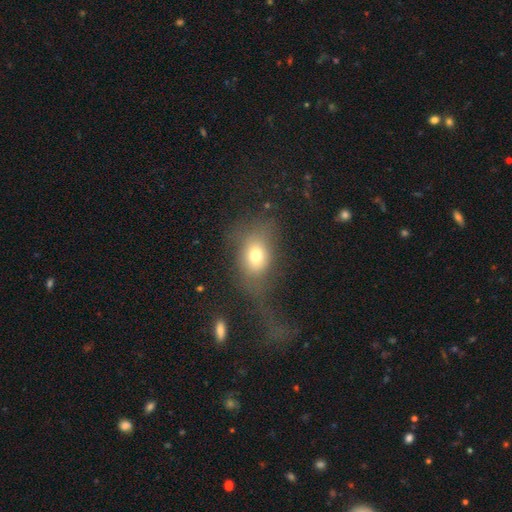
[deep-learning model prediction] Smooth or featured: smooth — 71% (featured or disk — 16%)
How rounded: in between — 64% (round — 33%)
Merging: major disturbance — 38% (none — 35%)